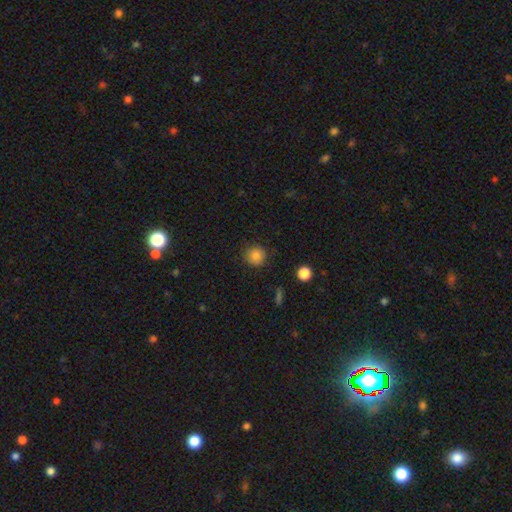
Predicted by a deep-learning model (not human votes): Smooth or featured? smooth (83%)
How rounded? round (92%)
Merging? none (85%)